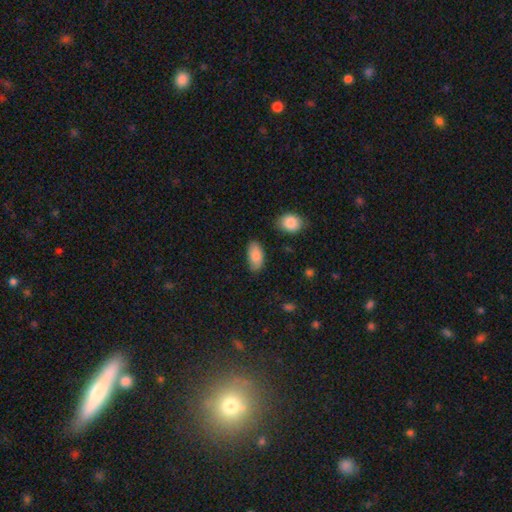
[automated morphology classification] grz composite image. It shows a smooth galaxy with no disk features (87%) that is in between round and cigar-shaped (94%). Merging: none (78%).